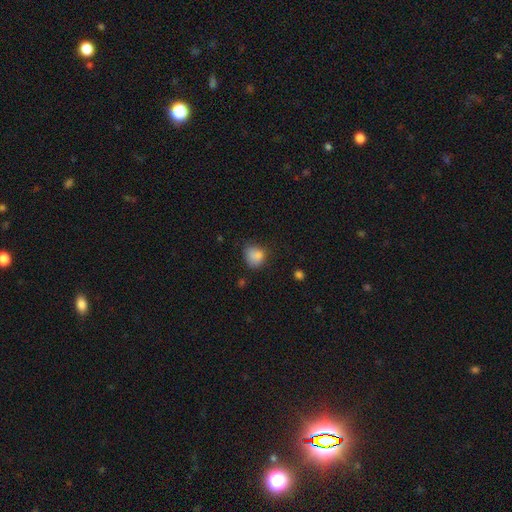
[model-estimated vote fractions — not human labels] smooth_or_featured: smooth (p=0.82) [alt: star or artifact p=0.11]
how_rounded: round (p=0.62) [alt: in between p=0.37]
merging: none (p=0.56) [alt: minor disturbance p=0.31]